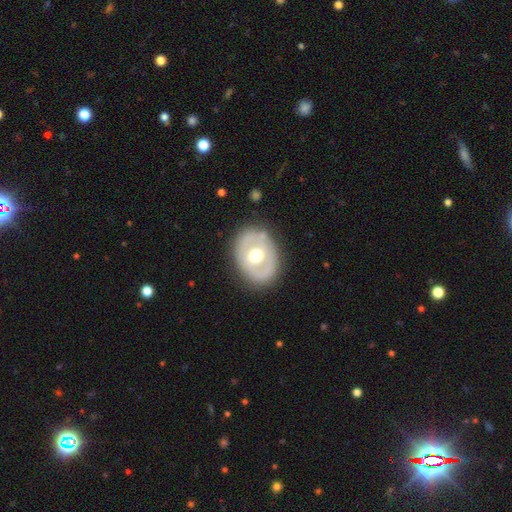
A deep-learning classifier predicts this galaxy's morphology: smooth_or_featured: featured or disk (p=0.54) [alt: smooth p=0.41]
disk_edge_on: no (p=0.93) [alt: yes p=0.07]
merging: none (p=0.80) [alt: minor disturbance p=0.13]